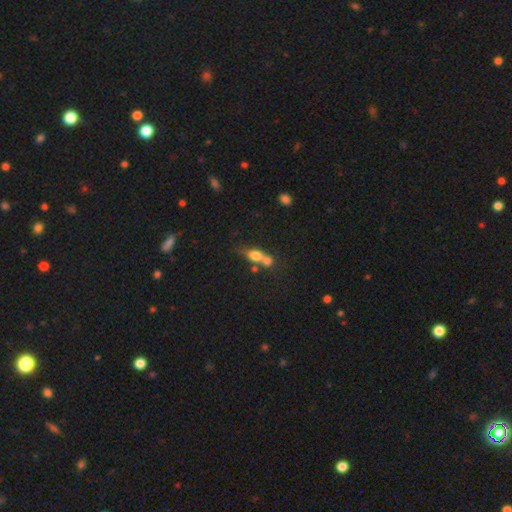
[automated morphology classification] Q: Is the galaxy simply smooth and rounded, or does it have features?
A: smooth — 67%.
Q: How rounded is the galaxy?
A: in between — 52%.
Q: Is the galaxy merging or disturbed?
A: merger — 60%.